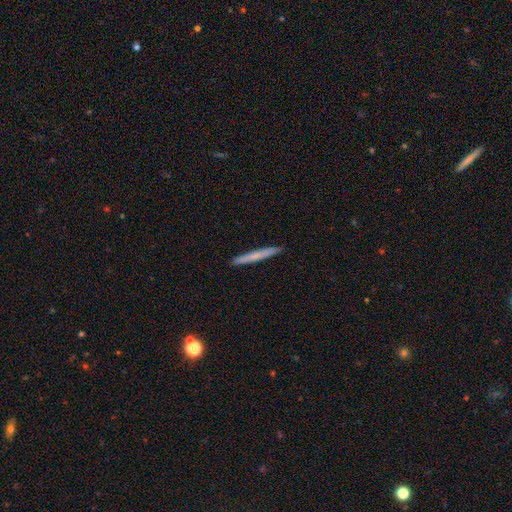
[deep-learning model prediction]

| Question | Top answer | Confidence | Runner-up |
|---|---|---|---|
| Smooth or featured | smooth | 61% | featured or disk (32%) |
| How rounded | cigar-shaped | 97% | in between (2%) |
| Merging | none | 93% | minor disturbance (5%) |